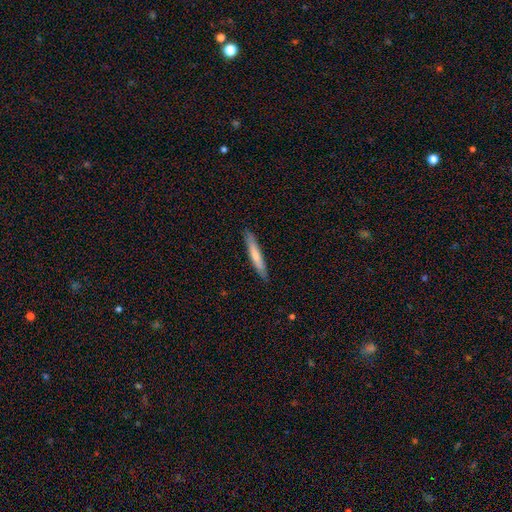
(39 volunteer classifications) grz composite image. It shows a smooth galaxy with no disk features (62%) that is cigar-shaped (83%). Merging: none (87%).